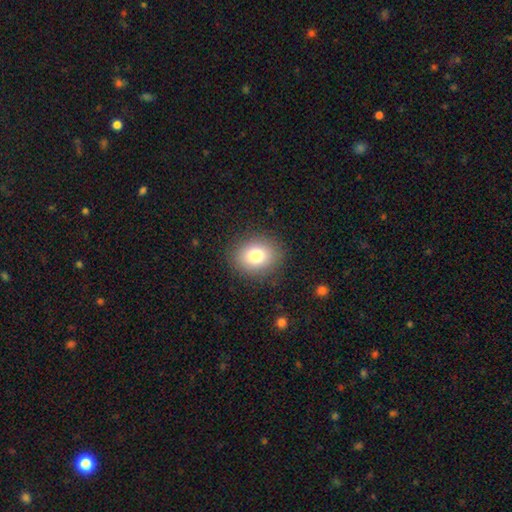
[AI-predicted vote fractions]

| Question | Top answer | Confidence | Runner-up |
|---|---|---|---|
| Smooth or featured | smooth | 79% | star or artifact (11%) |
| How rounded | round | 60% | in between (39%) |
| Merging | none | 87% | minor disturbance (9%) |